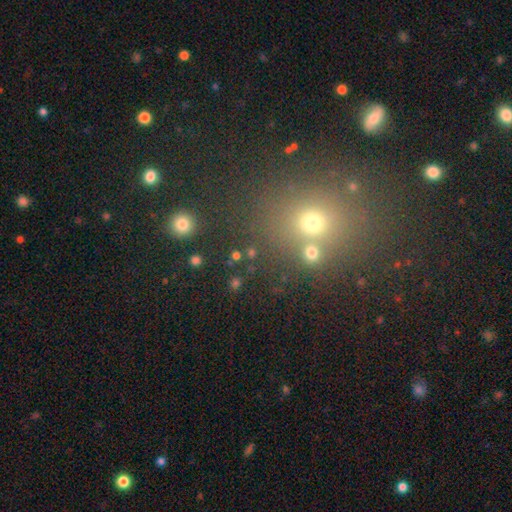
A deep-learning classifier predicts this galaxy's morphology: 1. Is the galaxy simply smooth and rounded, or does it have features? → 53% smooth, 36% star or artifact, 11% featured or disk.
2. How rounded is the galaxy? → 70% round, 28% in between, 2% cigar-shaped.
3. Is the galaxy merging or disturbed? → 74% none, 12% merger, 10% minor disturbance, 5% major disturbance.